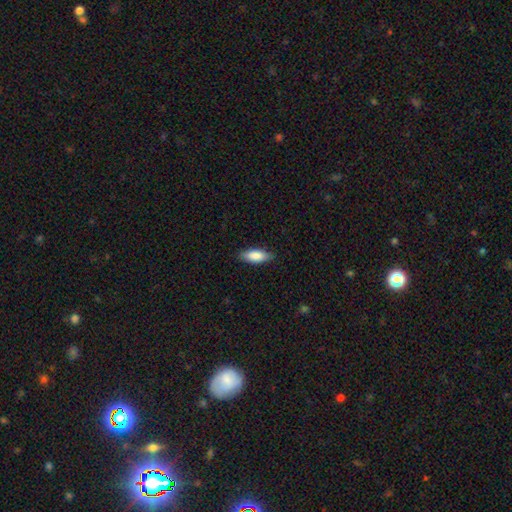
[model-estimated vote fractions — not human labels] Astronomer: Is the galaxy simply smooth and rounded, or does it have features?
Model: smooth — 84%.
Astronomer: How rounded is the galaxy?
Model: in between — 73%.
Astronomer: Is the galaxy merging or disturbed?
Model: none — 86%.